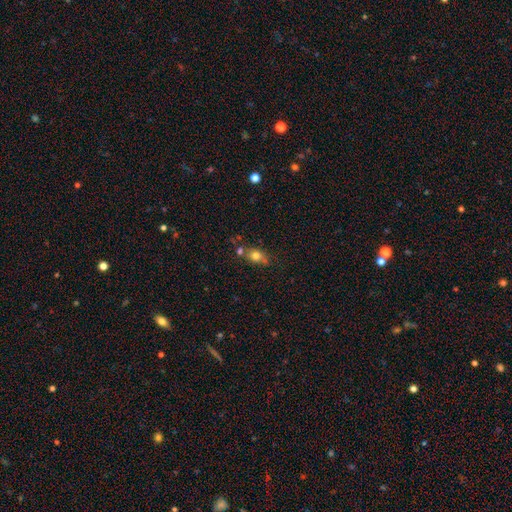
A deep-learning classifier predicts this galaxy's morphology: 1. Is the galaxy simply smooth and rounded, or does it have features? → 77% smooth, 12% featured or disk, 11% star or artifact.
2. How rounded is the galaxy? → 58% in between, 39% round, 4% cigar-shaped.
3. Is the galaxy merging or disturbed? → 55% none, 20% minor disturbance, 19% merger, 6% major disturbance.